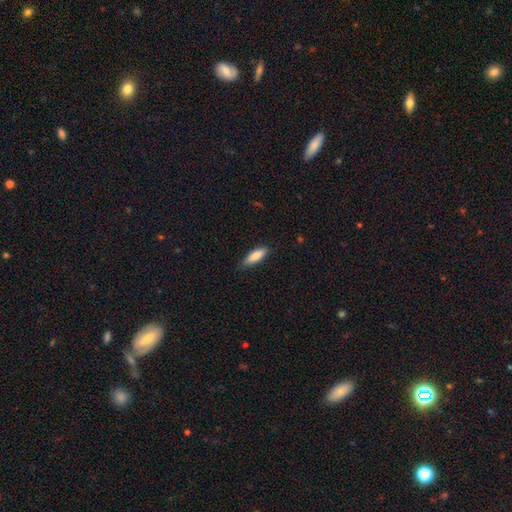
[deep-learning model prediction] Smooth or featured: smooth — 82% (featured or disk — 12%)
How rounded: cigar-shaped — 49% (tied with in between — 49%)
Merging: none — 81% (minor disturbance — 15%)